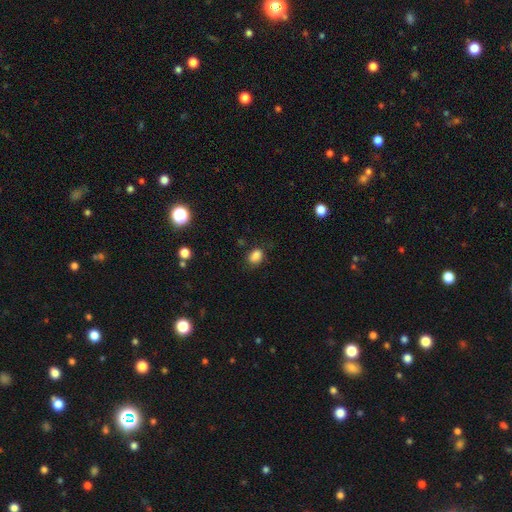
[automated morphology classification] Smooth or featured? smooth (84%)
How rounded? in between (68%)
Merging? none (70%)